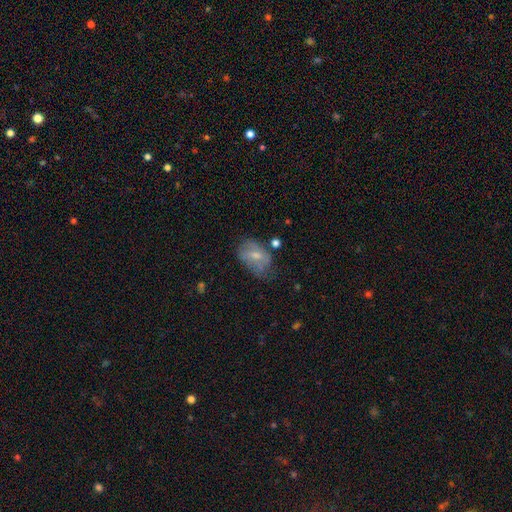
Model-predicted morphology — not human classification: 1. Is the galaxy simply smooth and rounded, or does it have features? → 47% smooth, 45% featured or disk, 8% star or artifact.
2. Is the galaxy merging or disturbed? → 48% none, 31% minor disturbance, 16% major disturbance, 5% merger.